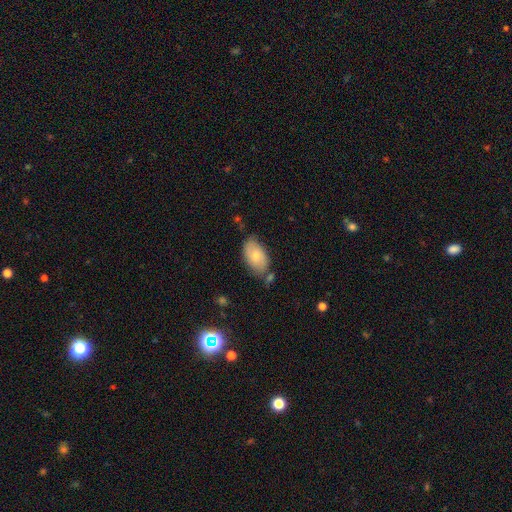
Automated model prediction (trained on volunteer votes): smooth 66%, featured or disk 27%, star or artifact 7%. Down the decision tree: how rounded — in between (93%); merging — none (66%).